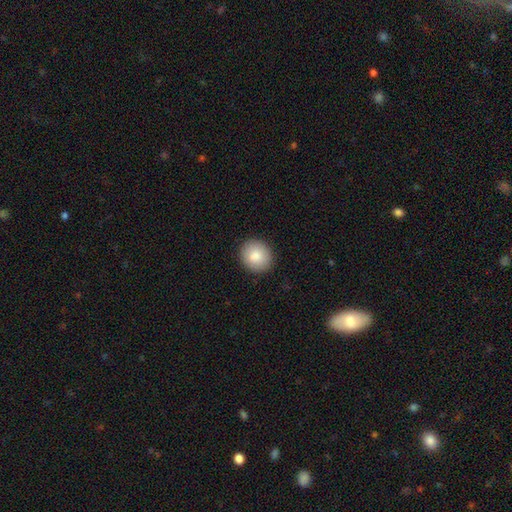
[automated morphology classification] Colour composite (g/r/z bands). It shows a smooth galaxy with no disk features (86%) that is round (79%). Merging: none (90%).